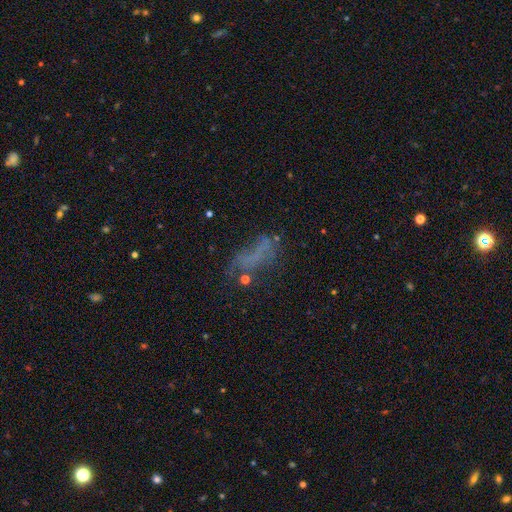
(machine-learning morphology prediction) This appears to be a smooth galaxy with no disk features (39%). Merging: none (40%).